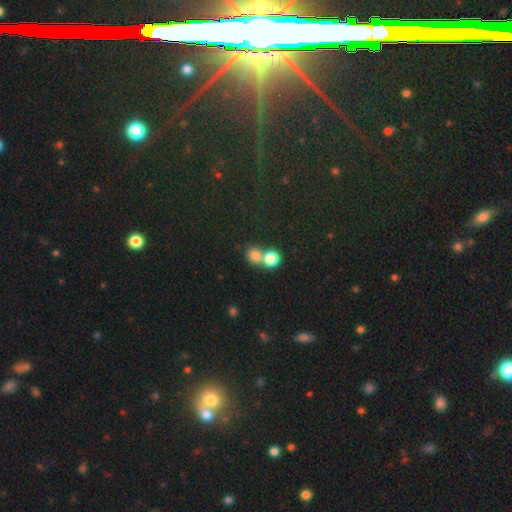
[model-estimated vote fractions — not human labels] A smooth galaxy with no disk features (77%) that is round (76%). Merging: merger (52%).